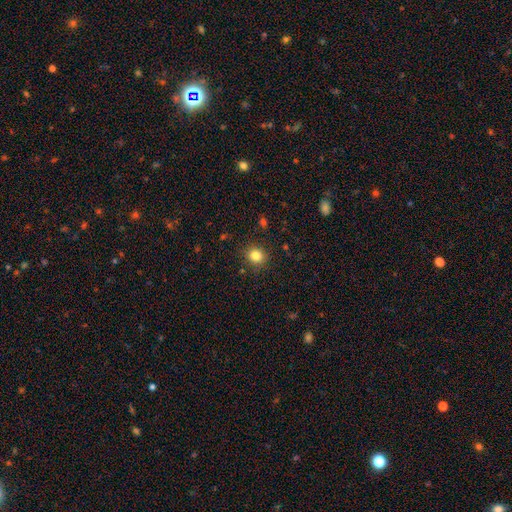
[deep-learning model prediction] A smooth galaxy with no disk features (82%) that is round (83%).

Vote fractions:
- Smooth or featured? smooth: 82% / star or artifact: 12% / featured or disk: 6%
- How rounded? round: 83% / in between: 16% / cigar-shaped: 1%
- Merging? none: 89% / minor disturbance: 7% / major disturbance: 2% / merger: 1%